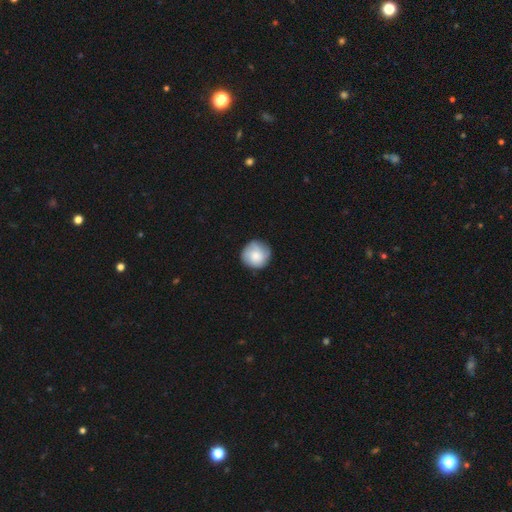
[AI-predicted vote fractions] smooth-or-featured: smooth: 69% | featured or disk: 24% | star or artifact: 6%
  how-rounded: round: 94% | in between: 5% | cigar-shaped: 1%
  merging: none: 83% | minor disturbance: 13% | major disturbance: 3% | merger: 1%